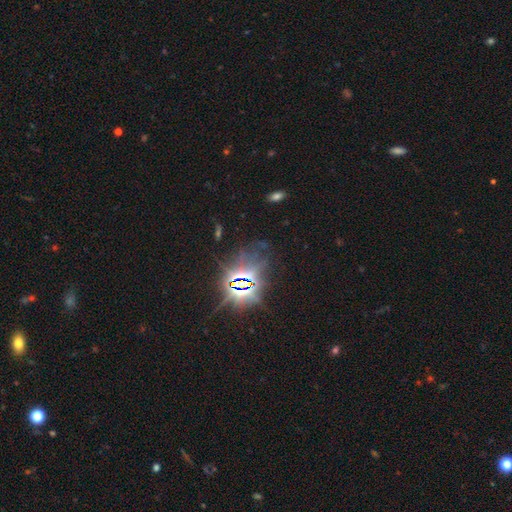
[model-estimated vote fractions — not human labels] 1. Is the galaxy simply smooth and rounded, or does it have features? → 75% star or artifact, 13% smooth, 12% featured or disk.